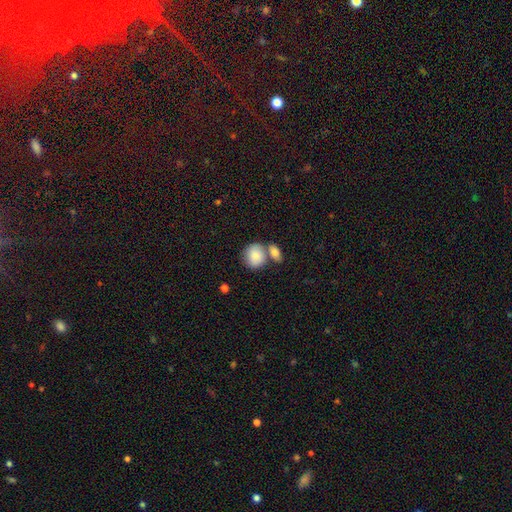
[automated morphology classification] Smooth or featured? Predicted: smooth (p=0.85). How rounded? Predicted: round (p=0.73). Merging? Predicted: merger (p=0.43).